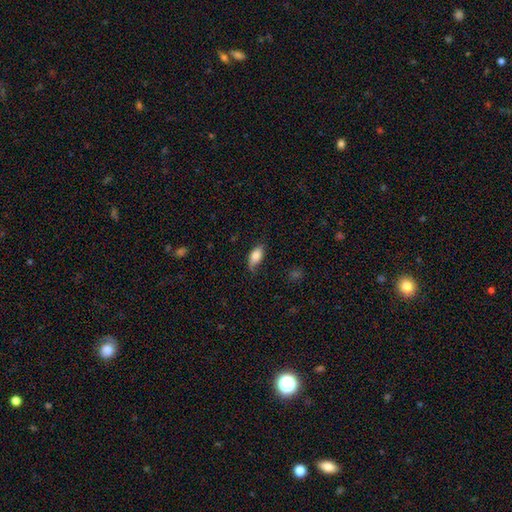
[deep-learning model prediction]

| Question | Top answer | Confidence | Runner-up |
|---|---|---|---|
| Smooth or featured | smooth | 80% | featured or disk (13%) |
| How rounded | in between | 87% | cigar-shaped (9%) |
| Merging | none | 61% | minor disturbance (29%) |